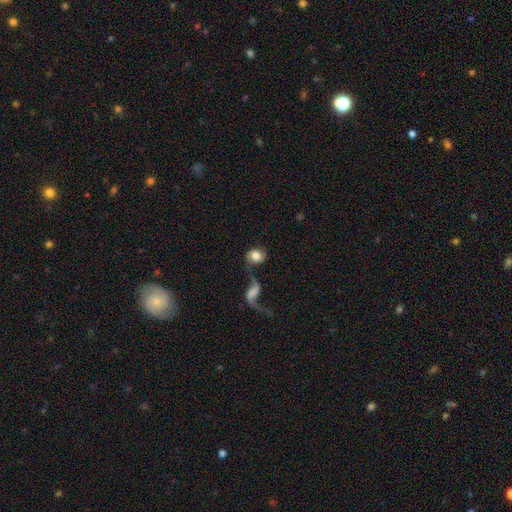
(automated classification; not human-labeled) A smooth galaxy with no disk features (68%) that is round (69%). Merging: merger (40%).